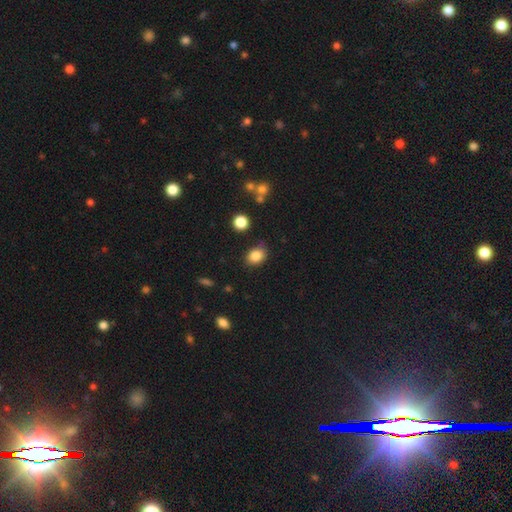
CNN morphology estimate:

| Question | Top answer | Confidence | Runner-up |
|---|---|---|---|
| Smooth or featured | smooth | 85% | star or artifact (10%) |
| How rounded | in between | 62% | round (37%) |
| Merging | none | 76% | minor disturbance (17%) |